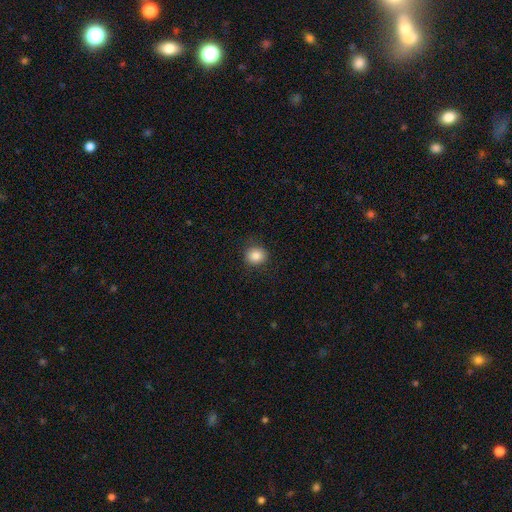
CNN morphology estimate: A smooth galaxy with no disk features (86%) that is round (83%).

Vote fractions:
- Smooth or featured? smooth: 86% / star or artifact: 10% / featured or disk: 4%
- How rounded? round: 83% / in between: 16% / cigar-shaped: 1%
- Merging? none: 88% / minor disturbance: 8% / major disturbance: 3% / merger: 1%